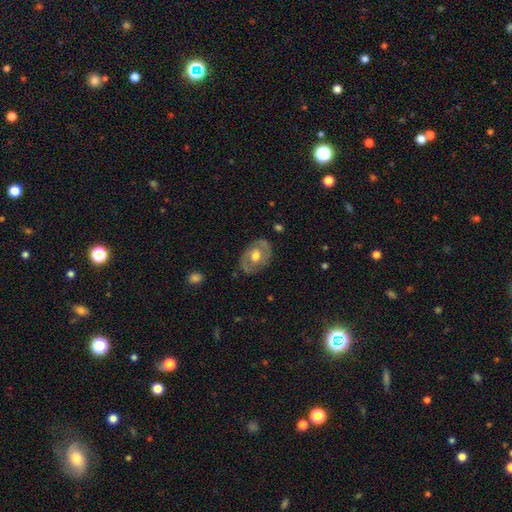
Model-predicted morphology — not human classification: smooth-or-featured: featured or disk: 59% | smooth: 36% | star or artifact: 5%
  disk-edge-on: no: 94% | yes: 6%
    bar: no: 70% | weak: 24% | strong: 6%
    has-spiral-arms: no: 58% | yes: 42%
    bulge-size: moderate: 67% | large: 24% | small: 6% | dominant: 1% | none: 1%
  merging: none: 79% | minor disturbance: 15% | major disturbance: 5% | merger: 1%